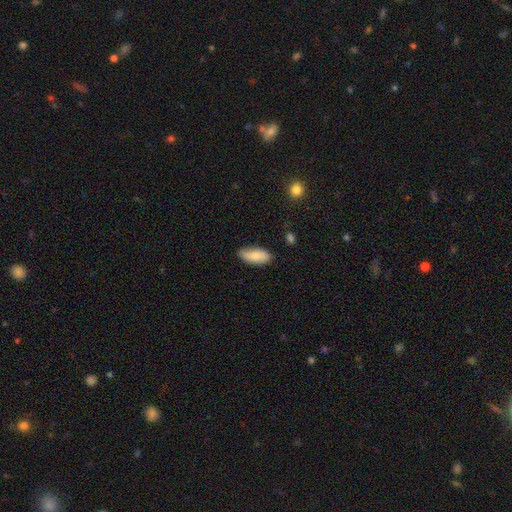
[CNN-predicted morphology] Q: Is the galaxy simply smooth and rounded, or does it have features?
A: smooth — 75%.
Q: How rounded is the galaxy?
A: in between — 87%.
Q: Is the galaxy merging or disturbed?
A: none — 75%.